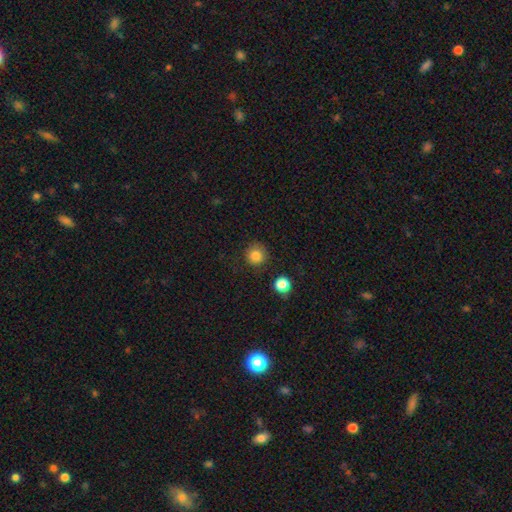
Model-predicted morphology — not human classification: Smooth or featured? Predicted: smooth (p=0.83). How rounded? Predicted: round (p=0.93). Merging? Predicted: none (p=0.85).